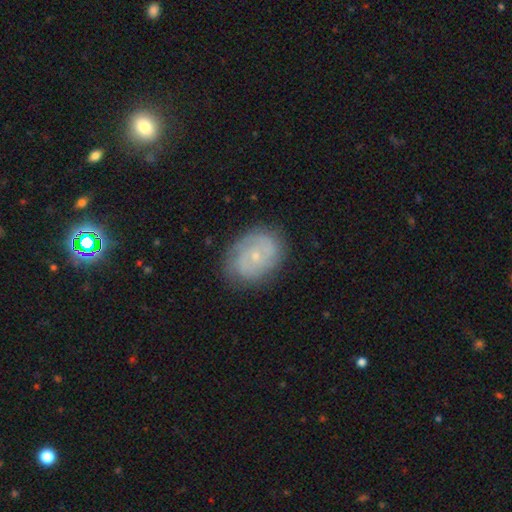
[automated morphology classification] Smooth or featured? featured or disk (71%)
Edge-on disk? no (97%)
Bar? no (73%)
Spiral arms? yes (88%)
Spiral winding? tight (55%)
Spiral arm count? 2 (45%)
Bulge size? small (77%)
Merging? none (80%)